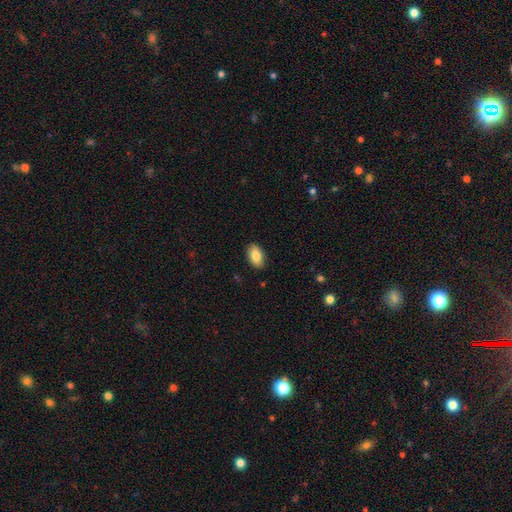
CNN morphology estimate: Smooth or featured?
  - smooth: 84% *
  - featured or disk: 9%
  - star or artifact: 7%
How rounded?
  - in between: 93% *
  - round: 5%
  - cigar-shaped: 2%
Merging?
  - none: 89% *
  - minor disturbance: 8%
  - major disturbance: 2%
  - merger: 1%